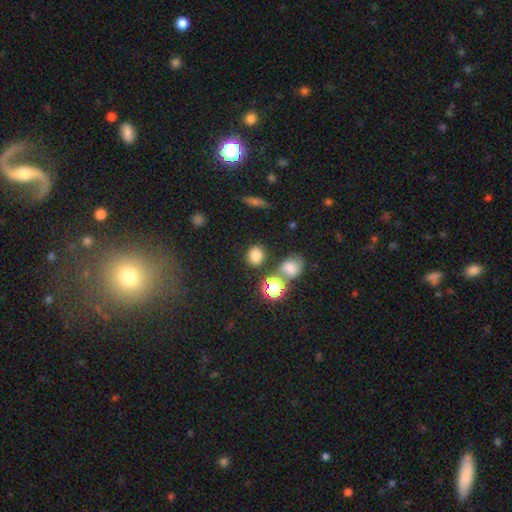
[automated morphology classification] This appears to be a smooth galaxy with no disk features (77%) that is round (68%). Merging: none (78%).